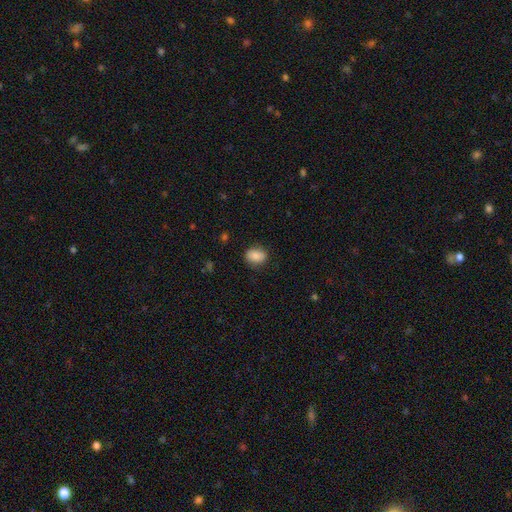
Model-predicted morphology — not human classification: Smooth or featured?
  - smooth: 86% *
  - star or artifact: 8%
  - featured or disk: 7%
How rounded?
  - in between: 61% *
  - round: 38%
  - cigar-shaped: 1%
Merging?
  - none: 83% *
  - minor disturbance: 13%
  - major disturbance: 3%
  - merger: 1%